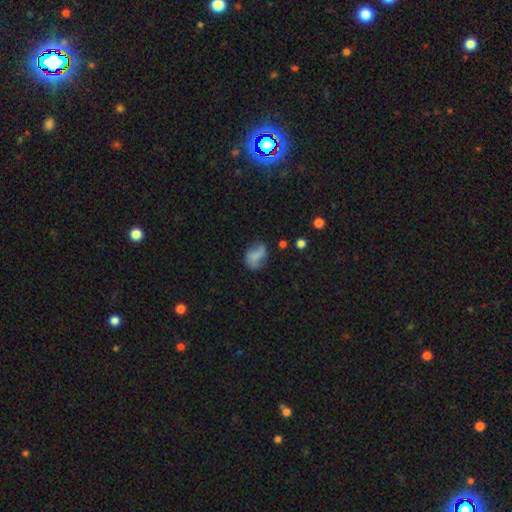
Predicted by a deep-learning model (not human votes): Smooth or featured: smooth — 66% (featured or disk — 23%)
How rounded: in between — 78% (round — 20%)
Merging: none — 46% (minor disturbance — 31%)